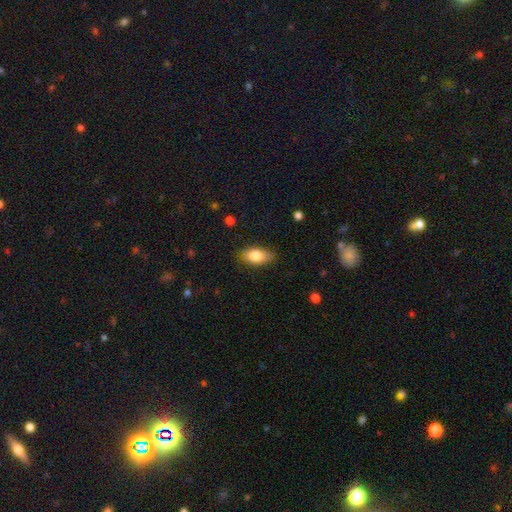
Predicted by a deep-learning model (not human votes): This is clearly a smooth galaxy (82%). How rounded: clearly in between (90%). Merging: clearly none (83%).